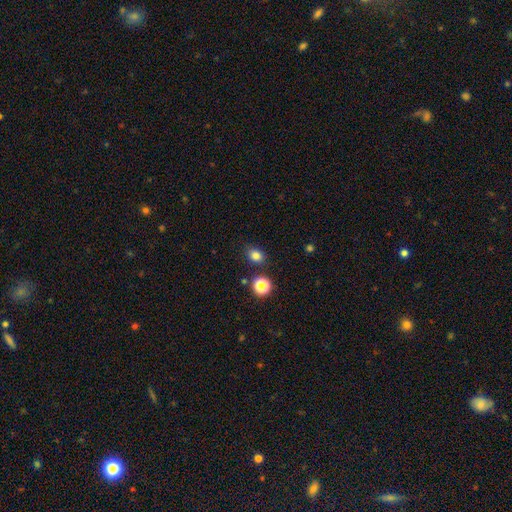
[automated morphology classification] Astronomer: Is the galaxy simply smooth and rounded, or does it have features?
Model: smooth — 81%.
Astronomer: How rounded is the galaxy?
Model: in between — 53% (runner-up: round, 46%).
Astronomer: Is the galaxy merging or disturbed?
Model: none — 83%.